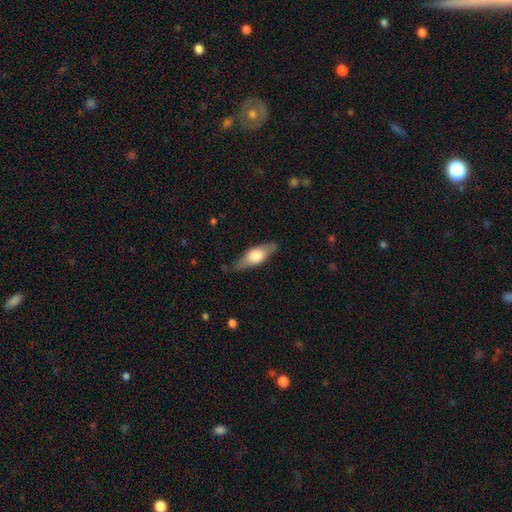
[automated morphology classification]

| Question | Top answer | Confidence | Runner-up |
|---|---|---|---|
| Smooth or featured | smooth | 50% | featured or disk (44%) |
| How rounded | in between | 60% | cigar-shaped (37%) |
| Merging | none | 78% | minor disturbance (17%) |